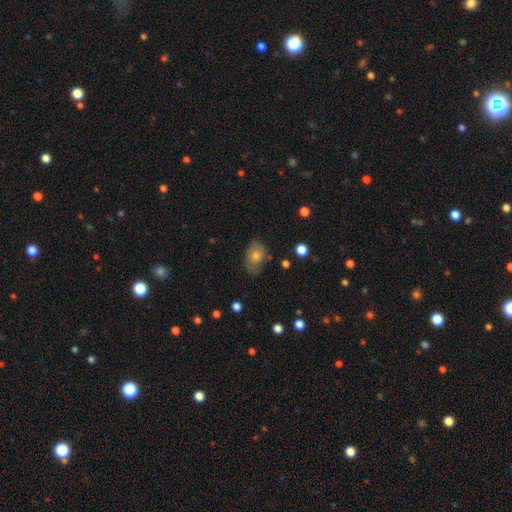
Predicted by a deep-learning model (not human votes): This is likely a smooth galaxy (61%). How rounded: likely in between (76%). Merging: likely none (71%).